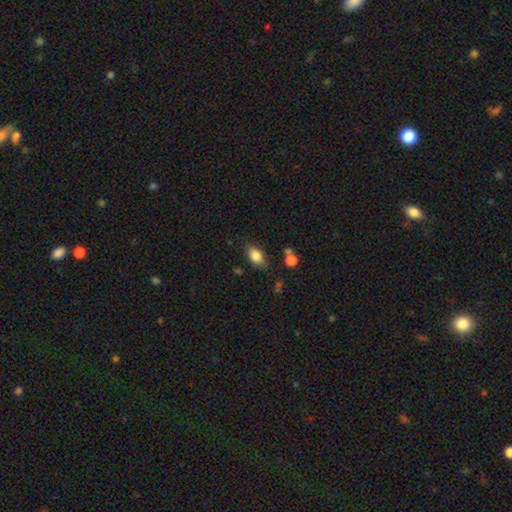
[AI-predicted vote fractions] A smooth galaxy with no disk features (84%) that is in between round and cigar-shaped (88%).

Vote fractions:
- Smooth or featured? smooth: 84% / star or artifact: 8% / featured or disk: 8%
- How rounded? in between: 88% / round: 9% / cigar-shaped: 3%
- Merging? none: 78% / minor disturbance: 15% / major disturbance: 4% / merger: 3%